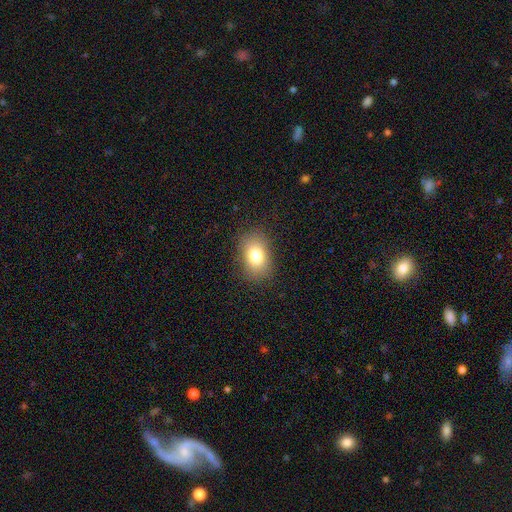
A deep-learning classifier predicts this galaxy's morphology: A smooth galaxy with no disk features (77%) that is in between round and cigar-shaped (78%).

Vote fractions:
- Smooth or featured? smooth: 77% / star or artifact: 11% / featured or disk: 11%
- How rounded? in between: 78% / round: 21% / cigar-shaped: 1%
- Merging? none: 85% / minor disturbance: 10% / major disturbance: 4% / merger: 1%